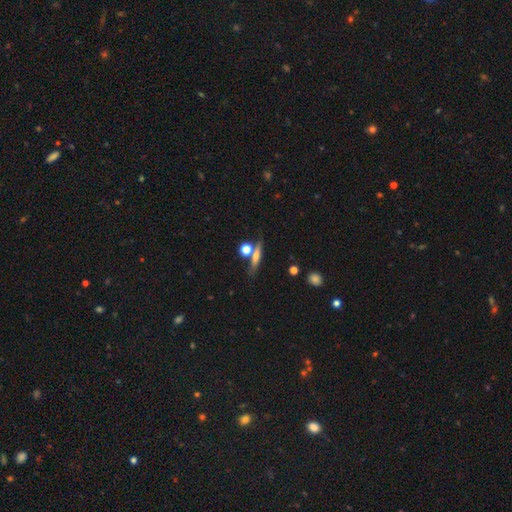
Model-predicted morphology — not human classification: A smooth galaxy with no disk features (49%). Merging: none (69%).